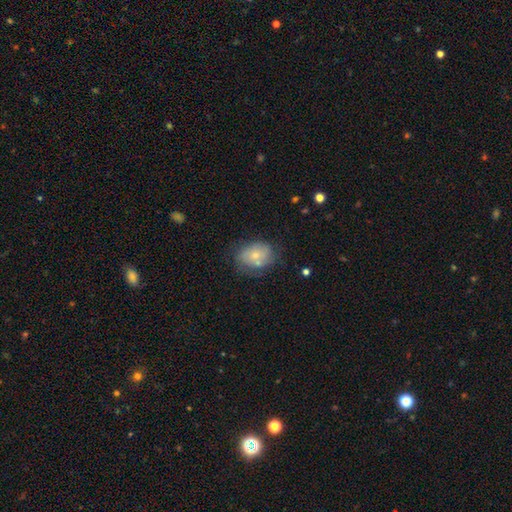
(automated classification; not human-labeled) A smooth galaxy with no disk features (63%) that is in between round and cigar-shaped (66%). Merging: none (57%).